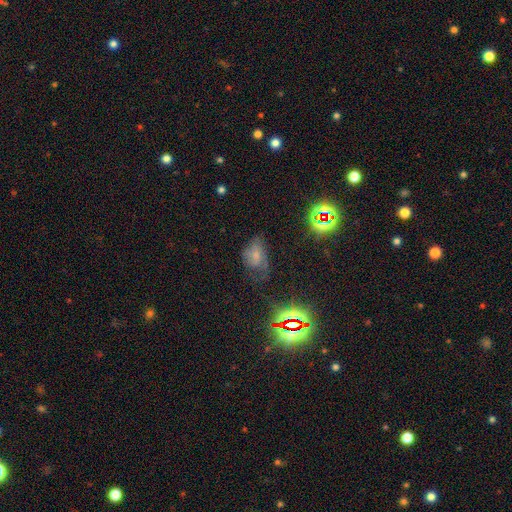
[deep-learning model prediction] Smooth or featured? Predicted: smooth (p=0.47). Merging? Predicted: none (p=0.38).